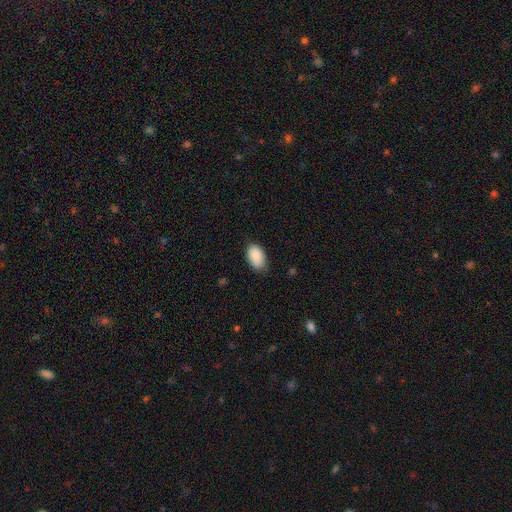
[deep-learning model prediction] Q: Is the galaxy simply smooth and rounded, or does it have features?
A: smooth — 89%.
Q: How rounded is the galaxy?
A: in between — 93%.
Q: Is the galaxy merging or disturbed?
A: none — 78%.